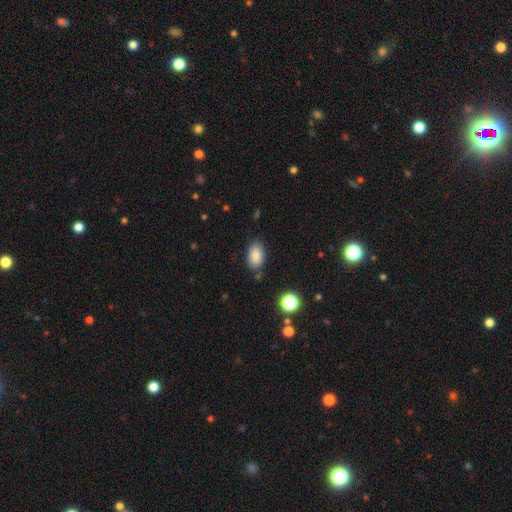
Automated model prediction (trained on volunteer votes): Morphology: type=smooth (86%); roundness=in between (92%); merging=none (81%).